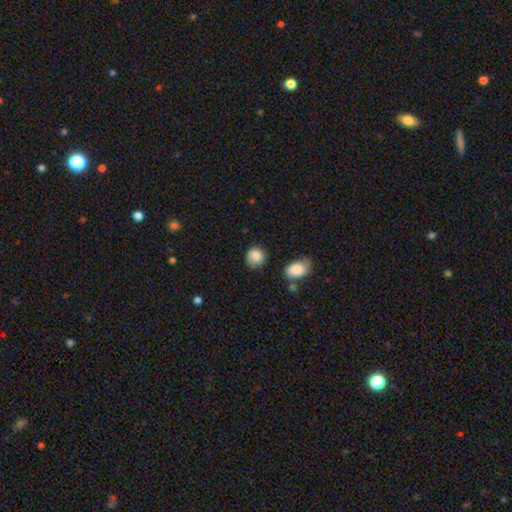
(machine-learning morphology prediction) Q: Smooth or featured?
A: smooth (86%); runner-up: star or artifact (8%)
Q: How rounded?
A: round (82%); runner-up: in between (17%)
Q: Merging?
A: none (71%); runner-up: minor disturbance (20%)